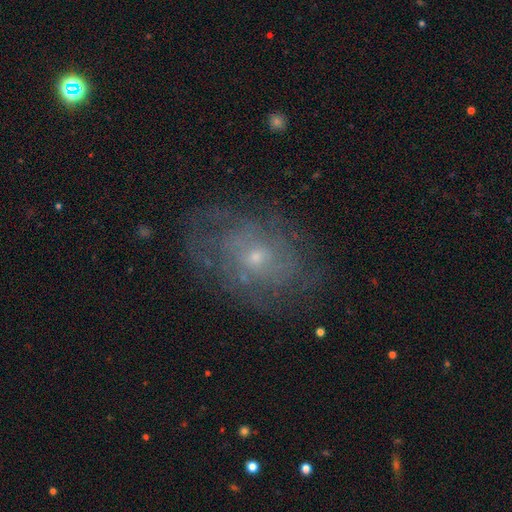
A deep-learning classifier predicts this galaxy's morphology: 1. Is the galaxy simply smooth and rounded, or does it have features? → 69% featured or disk, 21% smooth, 10% star or artifact.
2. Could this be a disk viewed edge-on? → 96% no, 4% yes.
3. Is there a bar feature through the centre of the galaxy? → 80% no, 18% weak, 3% strong.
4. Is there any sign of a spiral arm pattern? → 70% yes, 30% no.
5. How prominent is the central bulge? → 72% small, 24% moderate, 2% none, 1% large, 1% dominant.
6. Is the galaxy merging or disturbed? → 68% none, 19% minor disturbance, 11% major disturbance, 1% merger.